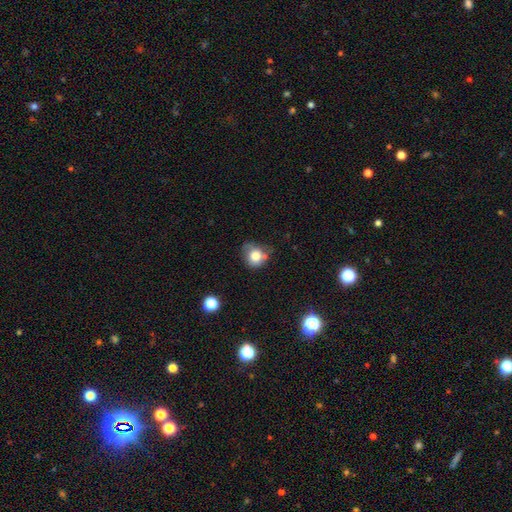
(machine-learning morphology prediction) This appears to be a smooth galaxy with no disk features (78%) that is round (78%). Merging: none (49%).